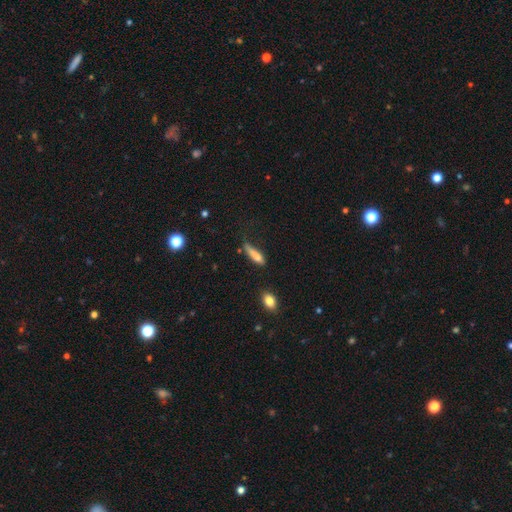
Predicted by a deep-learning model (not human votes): smooth-or-featured: smooth: 75% | featured or disk: 15% | star or artifact: 9%
  how-rounded: cigar-shaped: 71% | in between: 26% | round: 3%
  merging: none: 43% | minor disturbance: 32% | major disturbance: 20% | merger: 5%